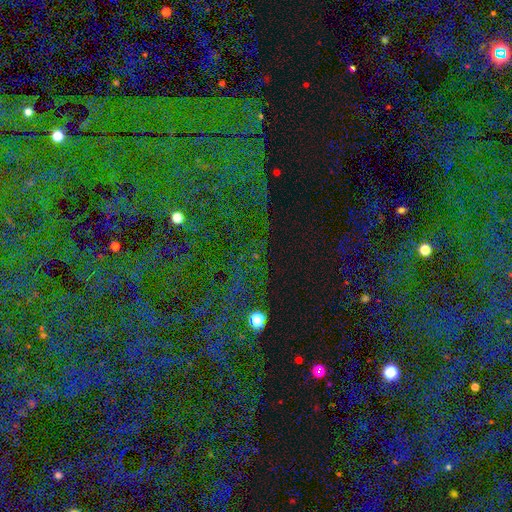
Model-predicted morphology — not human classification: Q: Smooth or featured?
A: star or artifact (81%); runner-up: smooth (10%)